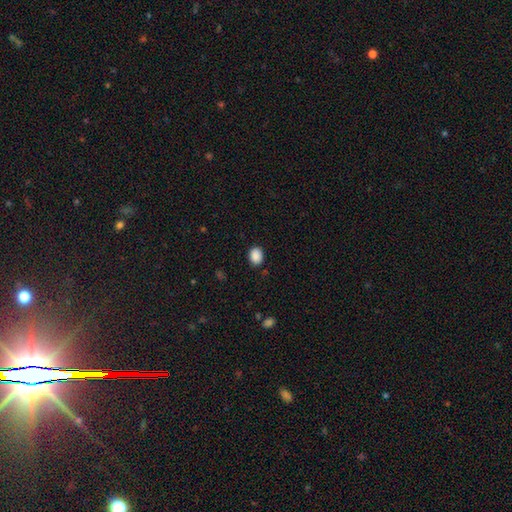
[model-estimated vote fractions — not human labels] A smooth galaxy with no disk features (89%) that is in between round and cigar-shaped (58%).

Vote fractions:
- Smooth or featured? smooth: 89% / star or artifact: 8% / featured or disk: 3%
- How rounded? in between: 58% / round: 41% / cigar-shaped: 1%
- Merging? none: 88% / minor disturbance: 9% / major disturbance: 2% / merger: 1%